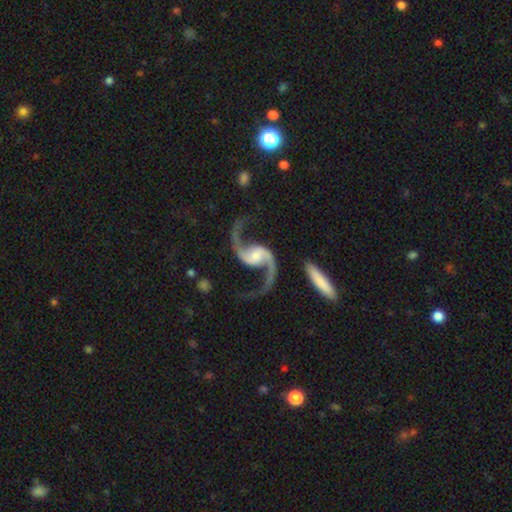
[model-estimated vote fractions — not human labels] Morphology: type=featured or disk (94%); edge-on=no (98%); bar=weak (43%); spiral arms=yes (98%); winding=loose (84%); arm count=2 (95%); bulge=moderate (42%); merging=none (75%).